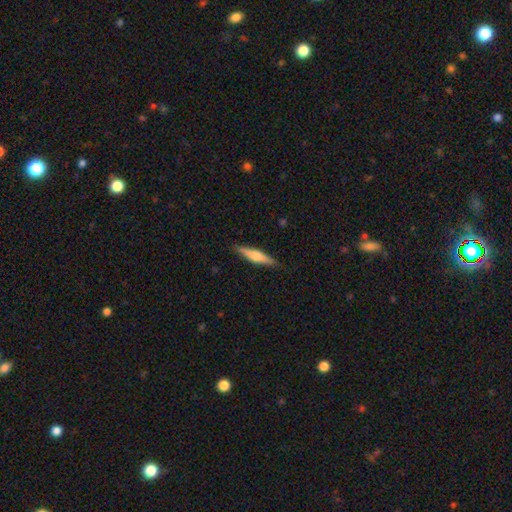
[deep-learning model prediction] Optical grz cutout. It shows a featured or disk galaxy (51%) viewed edge-on (96%). Merging: none (89%).